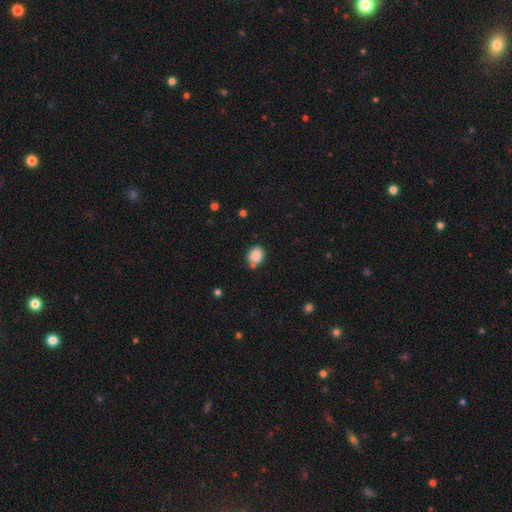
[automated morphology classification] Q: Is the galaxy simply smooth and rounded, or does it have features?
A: smooth — 87%.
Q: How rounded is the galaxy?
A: round — 55%.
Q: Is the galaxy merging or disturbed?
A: none — 70%.